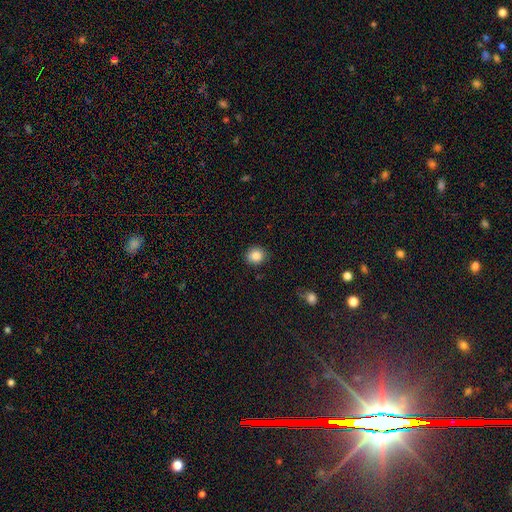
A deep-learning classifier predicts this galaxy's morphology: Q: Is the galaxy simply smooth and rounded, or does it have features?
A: smooth — 86%.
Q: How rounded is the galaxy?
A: round — 86%.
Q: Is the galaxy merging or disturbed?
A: none — 88%.